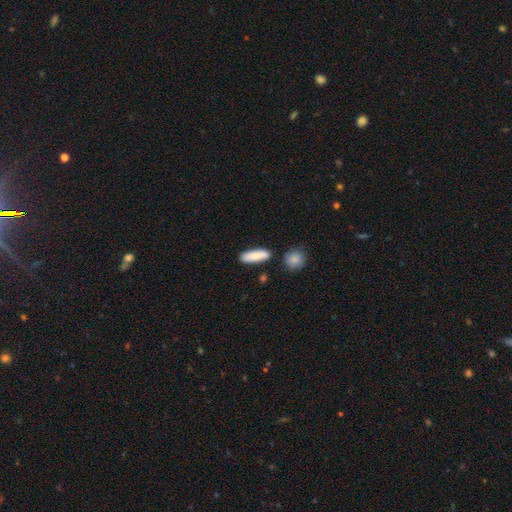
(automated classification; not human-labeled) Smooth or featured? smooth (85%)
How rounded? cigar-shaped (50%)
Merging? none (81%)